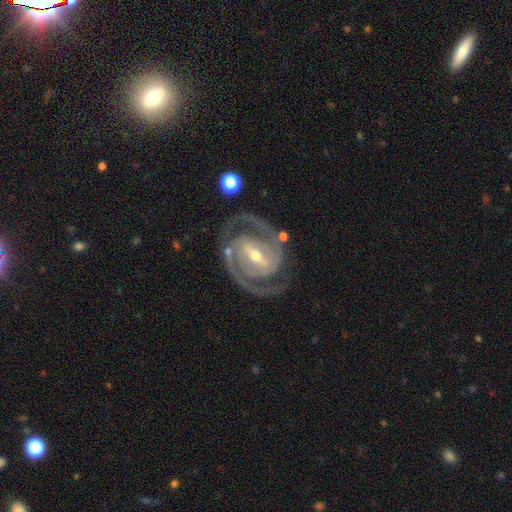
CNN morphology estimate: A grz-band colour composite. It shows a featured or disk galaxy (93%) with a strong bar (57%), 2 (91%) tight (60%) spiral arms (98%) and a moderate central bulge (56%). Merging: none (81%).